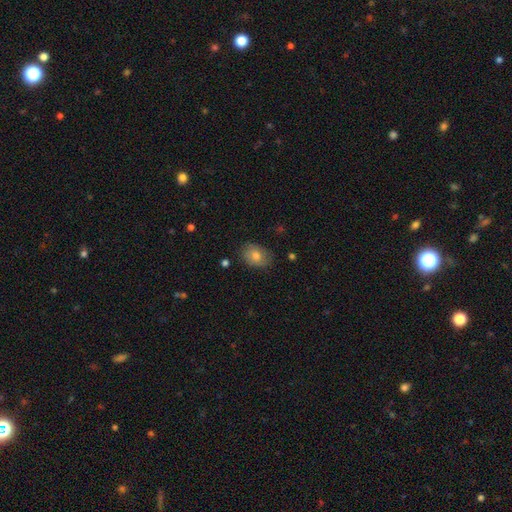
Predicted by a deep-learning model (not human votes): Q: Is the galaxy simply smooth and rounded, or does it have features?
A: smooth — 78%.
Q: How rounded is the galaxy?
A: in between — 69%.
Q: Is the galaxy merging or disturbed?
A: none — 83%.